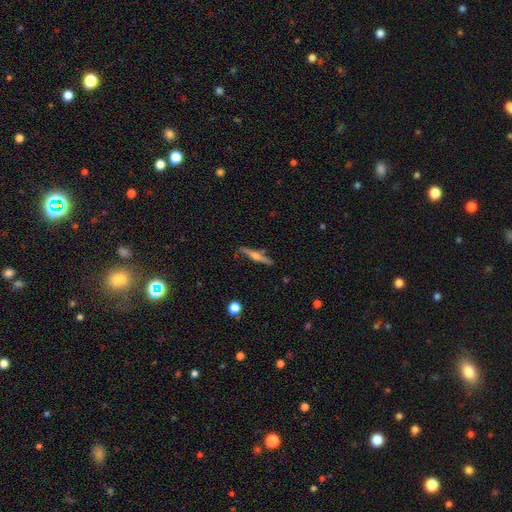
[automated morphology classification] Overall: featured or disk (69%). Edge-on disk: yes (97%). Edge-on bulge: rounded (86%). Merging: none (86%).